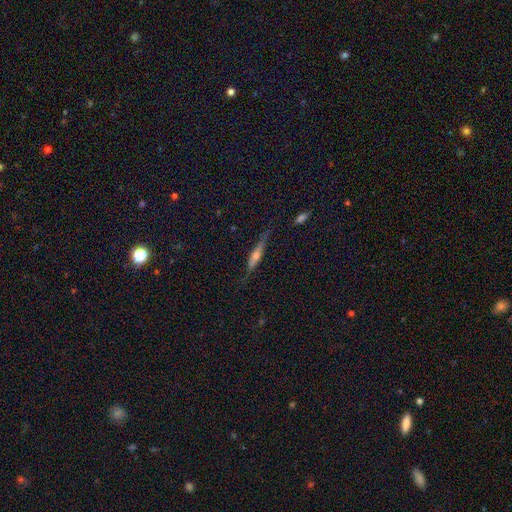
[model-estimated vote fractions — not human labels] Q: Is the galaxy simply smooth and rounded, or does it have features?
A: featured or disk — 68%.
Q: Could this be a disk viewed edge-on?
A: yes — 95%.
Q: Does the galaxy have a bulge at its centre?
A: rounded — 83%.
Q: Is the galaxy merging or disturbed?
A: none — 79%.